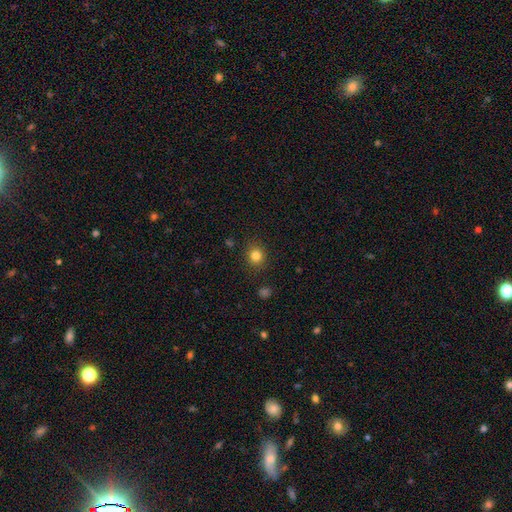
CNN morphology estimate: This is clearly a smooth galaxy (82%). How rounded: clearly round (83%). Merging: clearly none (89%).